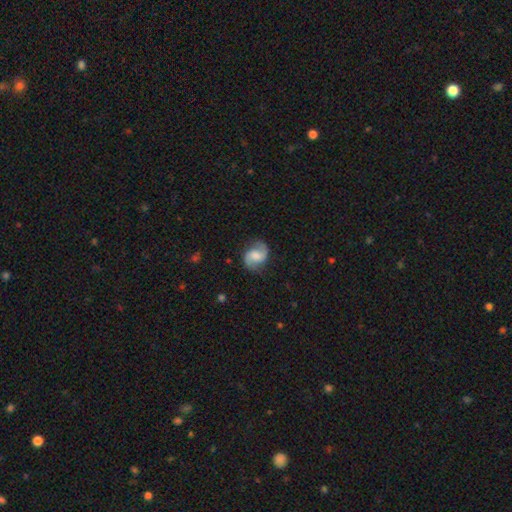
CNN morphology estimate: smooth-or-featured: featured or disk: 74% | smooth: 19% | star or artifact: 7%
  disk-edge-on: no: 98% | yes: 2%
    bar: weak: 48% | no: 37% | strong: 15%
    has-spiral-arms: yes: 95% | no: 5%
      spiral-winding: medium: 46% | loose: 40% | tight: 14%
      spiral-arm-count: 2: 92% | can't tell: 3% | 1: 2% | 3: 1% | 4: 1% | more than 4: 1%
    bulge-size: moderate: 36% | small: 23% | none: 21% | large: 18% | dominant: 3%
  merging: none: 79% | minor disturbance: 15% | major disturbance: 5% | merger: 1%